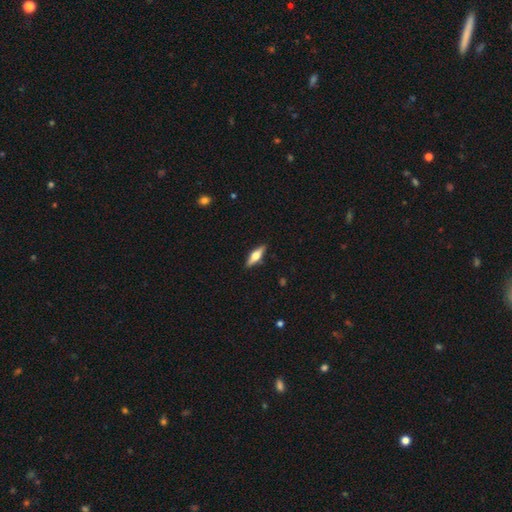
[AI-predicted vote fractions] Overall: featured or disk (54%; smooth 40%). Edge-on disk: yes (94%). Edge-on bulge: rounded (93%). Merging: none (89%).